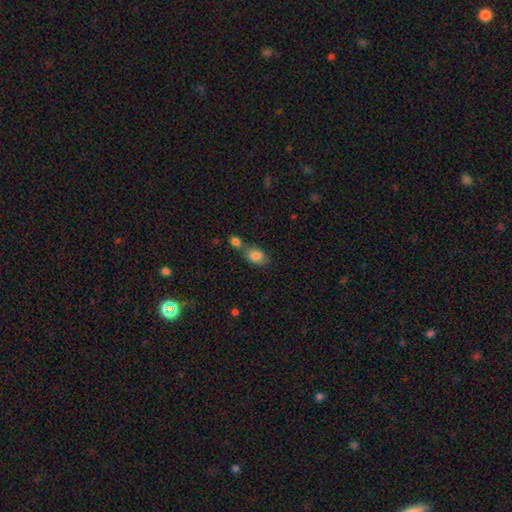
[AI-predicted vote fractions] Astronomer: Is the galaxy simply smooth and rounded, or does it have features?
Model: smooth — 81%.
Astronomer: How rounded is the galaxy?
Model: in between — 79%.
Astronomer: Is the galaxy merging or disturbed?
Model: merger — 46% (runner-up: none, 36%).